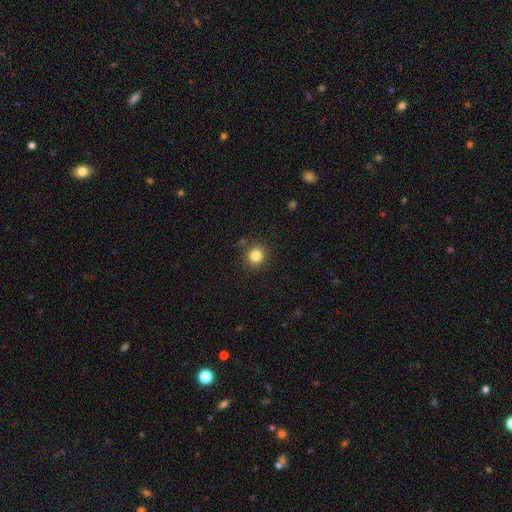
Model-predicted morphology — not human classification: This is clearly a smooth galaxy (83%). How rounded: clearly round (88%). Merging: clearly none (87%).